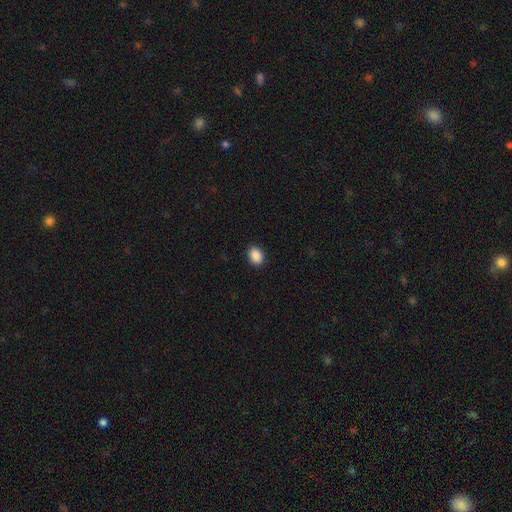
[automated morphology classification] Smooth or featured?
  - smooth: 90% *
  - star or artifact: 8%
  - featured or disk: 2%
How rounded?
  - in between: 72% *
  - round: 27%
  - cigar-shaped: 1%
Merging?
  - none: 90% *
  - minor disturbance: 7%
  - major disturbance: 2%
  - merger: 1%